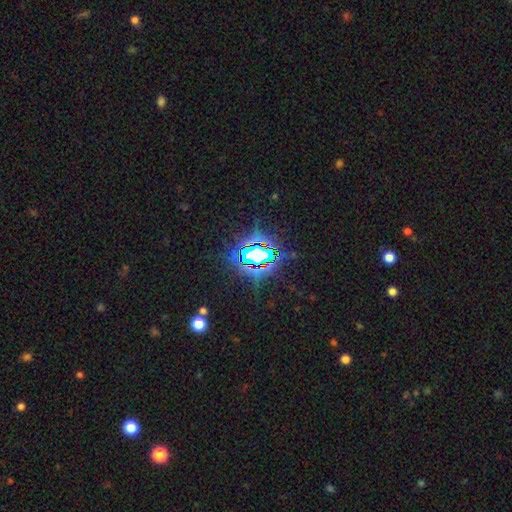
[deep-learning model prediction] Smooth or featured?
  - star or artifact: 80% *
  - smooth: 10%
  - featured or disk: 10%